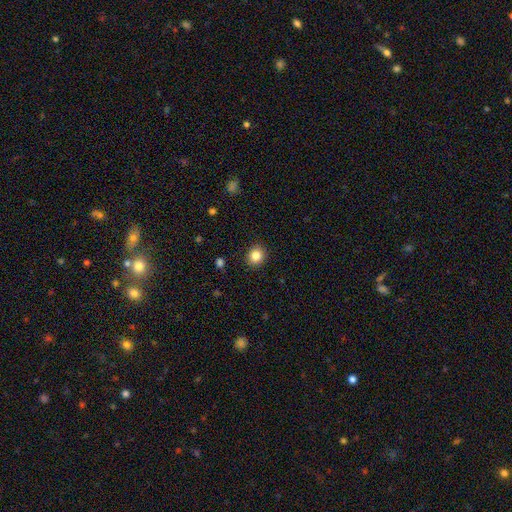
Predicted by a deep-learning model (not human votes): A smooth galaxy with no disk features (84%) that is round (79%).

Vote fractions:
- Smooth or featured? smooth: 84% / star or artifact: 10% / featured or disk: 6%
- How rounded? round: 79% / in between: 20% / cigar-shaped: 1%
- Merging? none: 91% / minor disturbance: 6% / major disturbance: 2% / merger: 1%